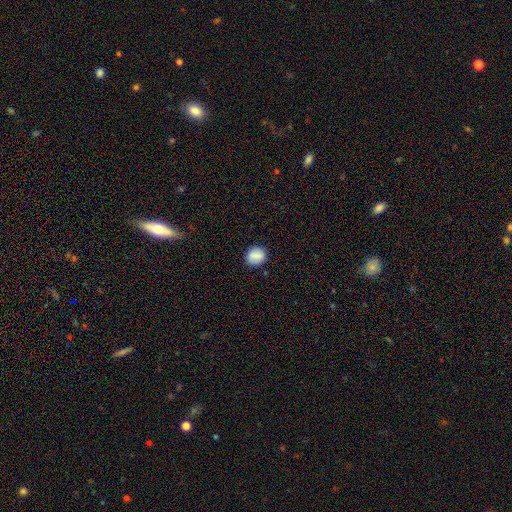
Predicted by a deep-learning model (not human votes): Smooth or featured?
  - smooth: 84% *
  - star or artifact: 8%
  - featured or disk: 8%
How rounded?
  - round: 77% *
  - in between: 22%
  - cigar-shaped: 1%
Merging?
  - none: 86% *
  - minor disturbance: 10%
  - major disturbance: 3%
  - merger: 1%